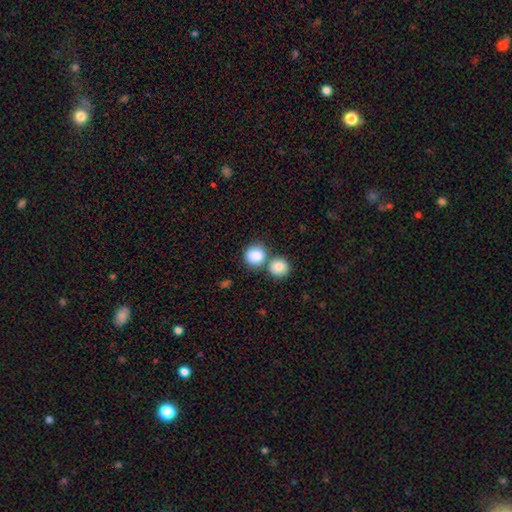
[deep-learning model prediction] Morphology: type=smooth (86%); roundness=round (83%); merging=none (50%).